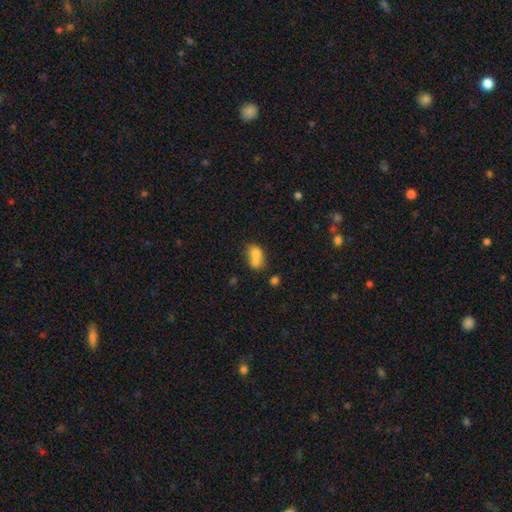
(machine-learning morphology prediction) Smooth or featured? Predicted: smooth (p=0.72). How rounded? Predicted: in between (p=0.56). Merging? Predicted: merger (p=0.64).